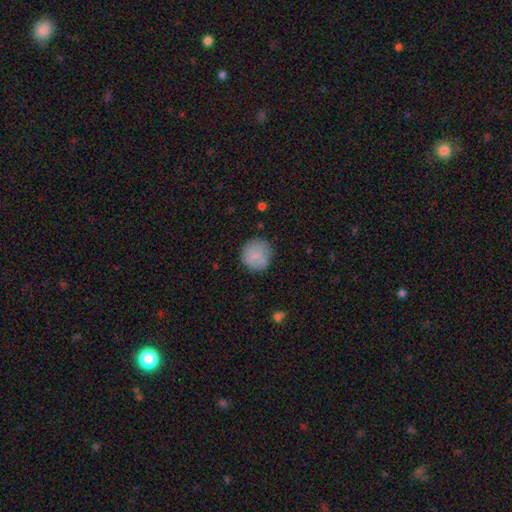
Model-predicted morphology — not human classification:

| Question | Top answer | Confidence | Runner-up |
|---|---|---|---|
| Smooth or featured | smooth | 80% | featured or disk (13%) |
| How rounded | round | 92% | in between (7%) |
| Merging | none | 76% | minor disturbance (17%) |